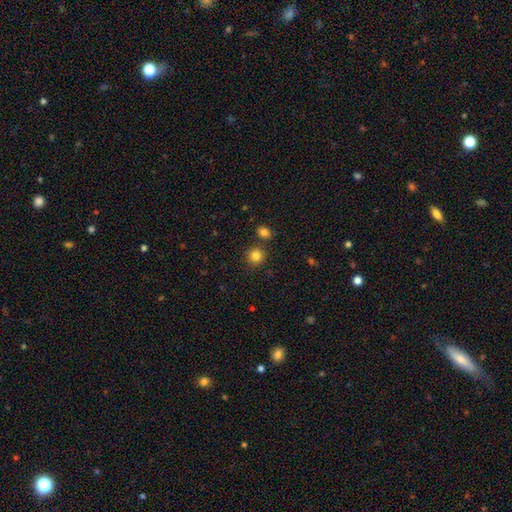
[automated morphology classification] type=smooth (84%); roundness=round (89%); merging=none (82%).